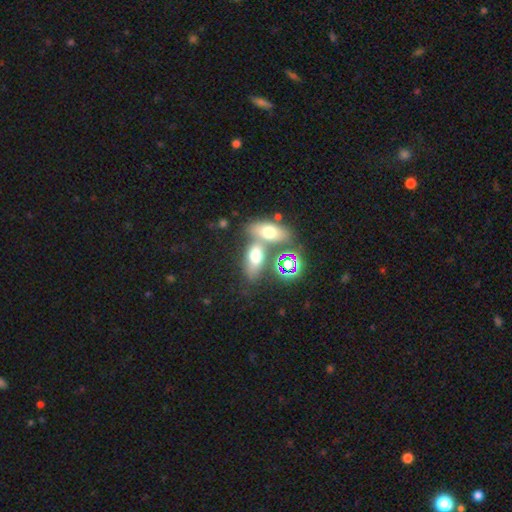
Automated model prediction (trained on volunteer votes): Smooth or featured: smooth — 61% (featured or disk — 22%)
How rounded: in between — 79% (cigar-shaped — 11%)
Merging: merger — 44% (none — 41%)